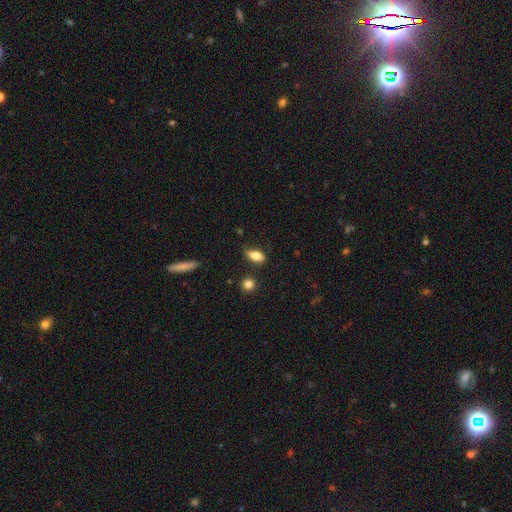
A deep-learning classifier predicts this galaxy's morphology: Smooth or featured? Predicted: smooth (p=0.82). How rounded? Predicted: in between (p=0.85). Merging? Predicted: none (p=0.68).